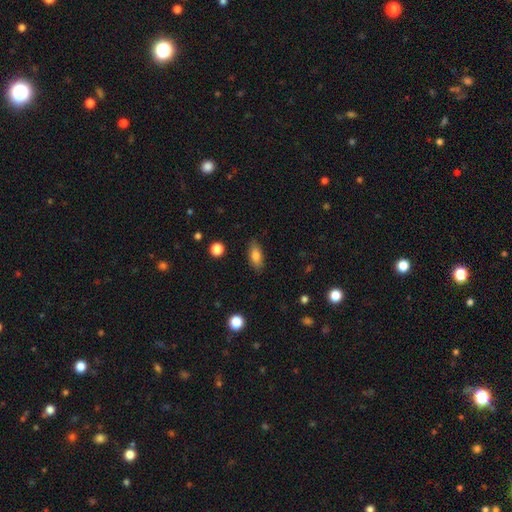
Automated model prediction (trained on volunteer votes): Smooth or featured? Predicted: smooth (p=0.80). How rounded? Predicted: in between (p=0.78). Merging? Predicted: none (p=0.85).